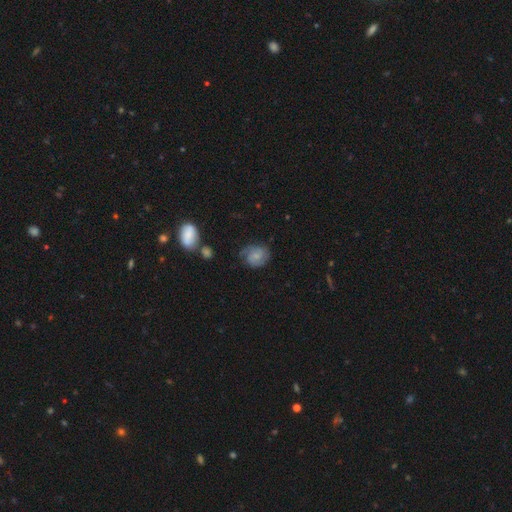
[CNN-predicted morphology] A featured or disk galaxy (60%) with no bar (65%), 2 (63%) tight (48%) spiral arms (92%) and a small central bulge (59%). Merging: none (69%).